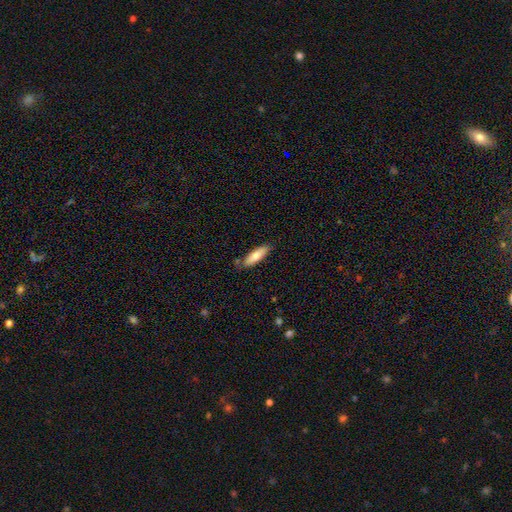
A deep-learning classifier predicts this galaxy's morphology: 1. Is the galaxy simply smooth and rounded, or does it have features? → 72% smooth, 22% featured or disk, 6% star or artifact.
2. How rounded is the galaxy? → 56% cigar-shaped, 42% in between, 2% round.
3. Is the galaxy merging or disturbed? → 80% none, 14% minor disturbance, 3% merger, 2% major disturbance.